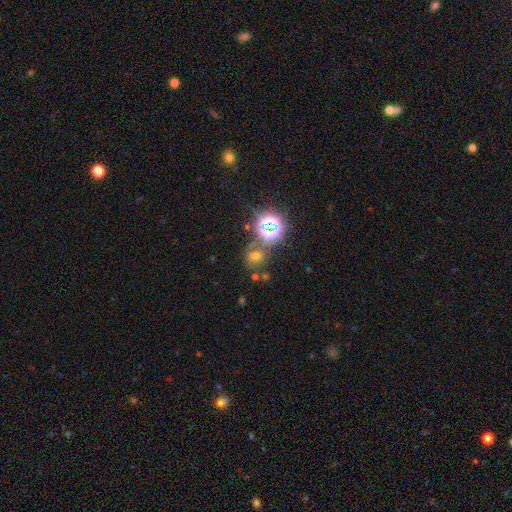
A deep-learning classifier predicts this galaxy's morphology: Smooth or featured?
  - star or artifact: 46% *
  - smooth: 42%
  - featured or disk: 12%